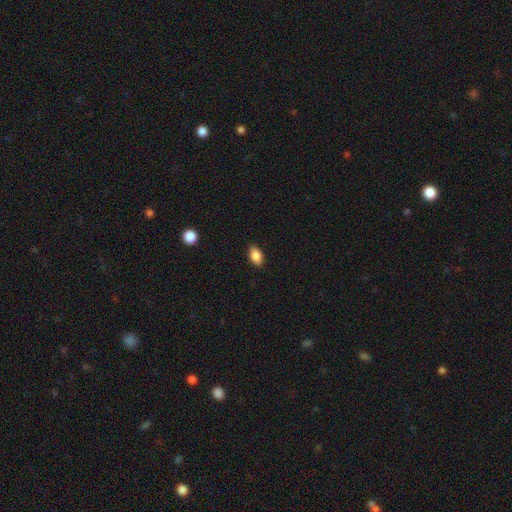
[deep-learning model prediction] Overall: smooth (87%). How rounded: in between (91%). Merging: none (88%).